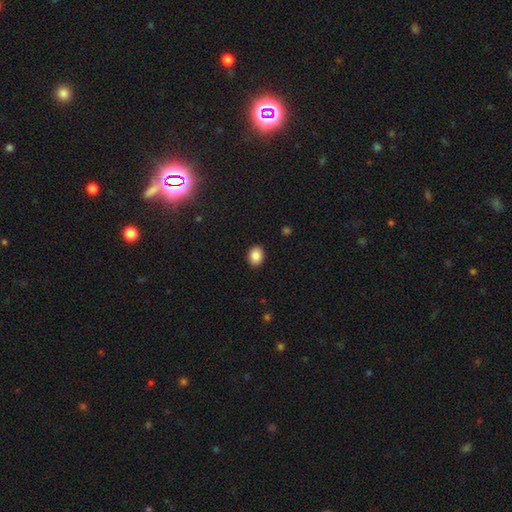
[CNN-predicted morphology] Overall: smooth (87%). How rounded: in between (53%; round 46%). Merging: none (91%).